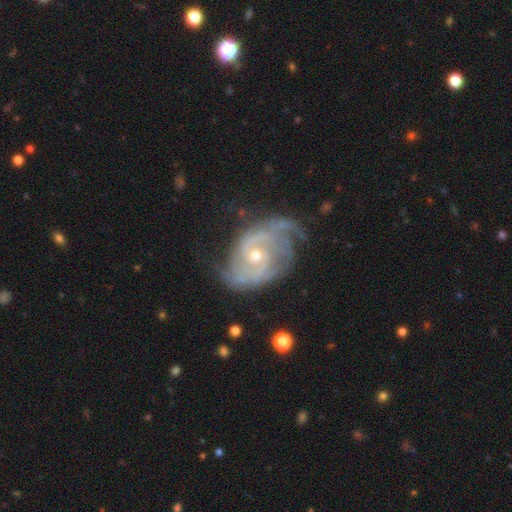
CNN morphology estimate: A featured or disk galaxy (88%) with no bar (68%), 2 (49%) tight (46%) spiral arms (95%) and a moderate central bulge (52%).

Vote fractions:
- Smooth or featured? featured or disk: 88% / smooth: 7% / star or artifact: 5%
- Edge-on disk? no: 97% / yes: 3%
- Bar? no: 68% / weak: 27% / strong: 6%
- Spiral arms? yes: 95% / no: 5%
- Spiral winding? tight: 46% / medium: 38% / loose: 16%
- Spiral arm count? 2: 49% / can't tell: 22% / 3: 13% / 1: 6% / 4: 5% / more than 4: 4%
- Bulge size? moderate: 52% / small: 44% / large: 2% / none: 1% / dominant: 1%
- Merging? none: 50% / minor disturbance: 26% / major disturbance: 21% / merger: 2%